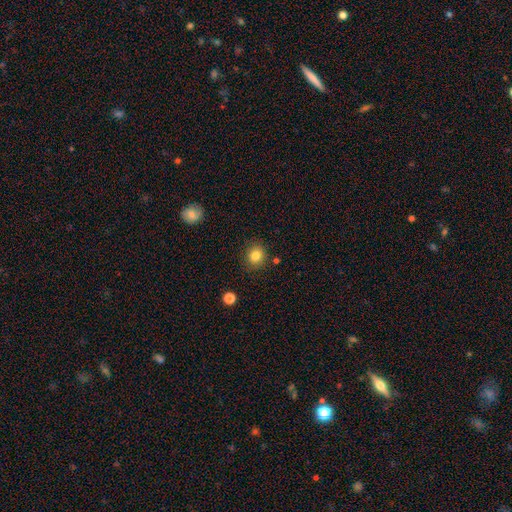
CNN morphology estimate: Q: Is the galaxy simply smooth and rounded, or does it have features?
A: smooth — 83%.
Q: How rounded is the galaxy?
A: round — 82%.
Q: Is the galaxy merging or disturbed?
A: none — 86%.